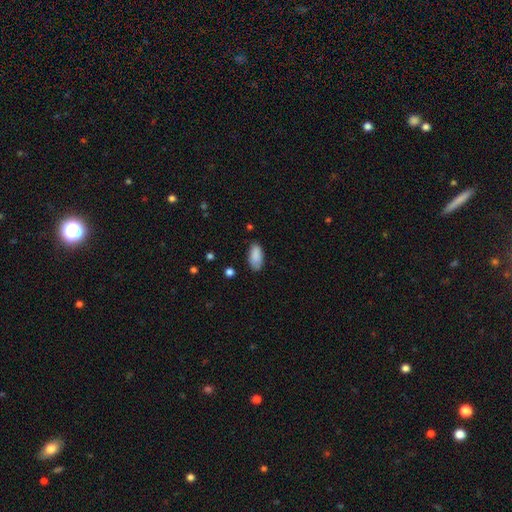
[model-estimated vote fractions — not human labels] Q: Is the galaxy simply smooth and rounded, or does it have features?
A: smooth — 89%.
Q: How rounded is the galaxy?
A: in between — 93%.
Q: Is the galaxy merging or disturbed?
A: none — 80%.